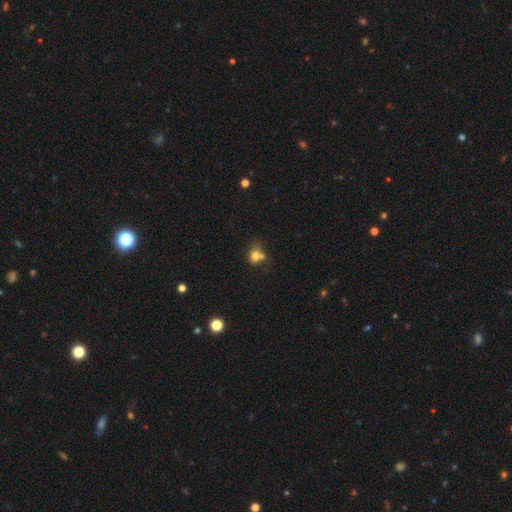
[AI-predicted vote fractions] Smooth or featured? Predicted: smooth (p=0.75). How rounded? Predicted: round (p=0.58). Merging? Predicted: none (p=0.37, tied with merger).